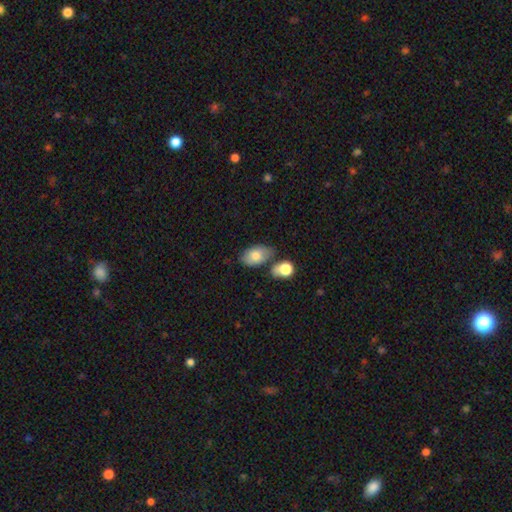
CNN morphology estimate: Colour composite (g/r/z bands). It shows a smooth galaxy with no disk features (76%) that is in between round and cigar-shaped (89%). Merging: none (59%).